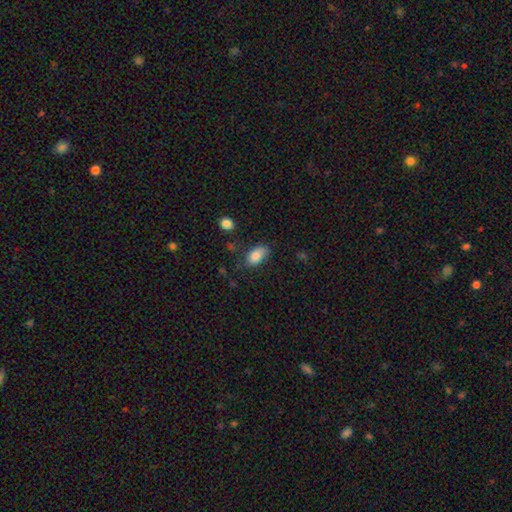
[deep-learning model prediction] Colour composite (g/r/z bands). It shows a smooth galaxy with no disk features (84%) that is in between round and cigar-shaped (90%). Merging: none (64%).